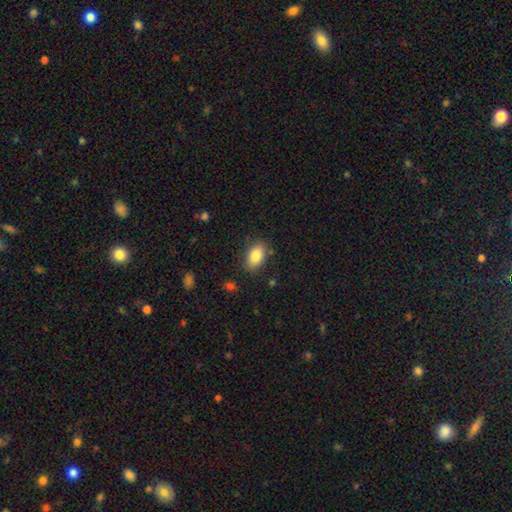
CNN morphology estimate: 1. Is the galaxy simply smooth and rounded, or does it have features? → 85% smooth, 8% featured or disk, 7% star or artifact.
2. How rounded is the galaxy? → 90% in between, 8% round, 2% cigar-shaped.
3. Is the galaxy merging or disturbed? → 82% none, 13% minor disturbance, 3% major disturbance, 2% merger.